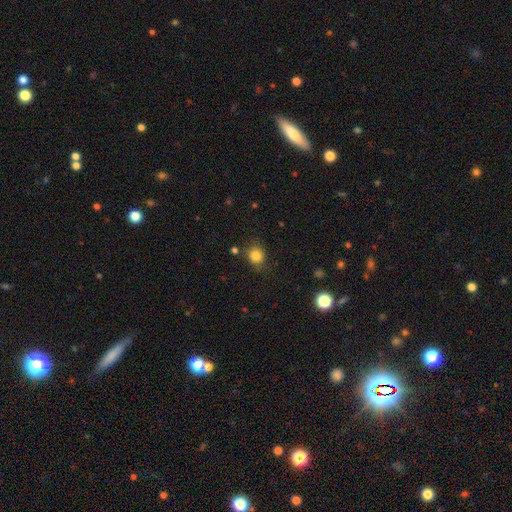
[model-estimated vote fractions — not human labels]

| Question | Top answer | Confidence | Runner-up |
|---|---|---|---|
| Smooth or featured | smooth | 84% | star or artifact (11%) |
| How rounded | round | 78% | in between (21%) |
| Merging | none | 79% | minor disturbance (14%) |